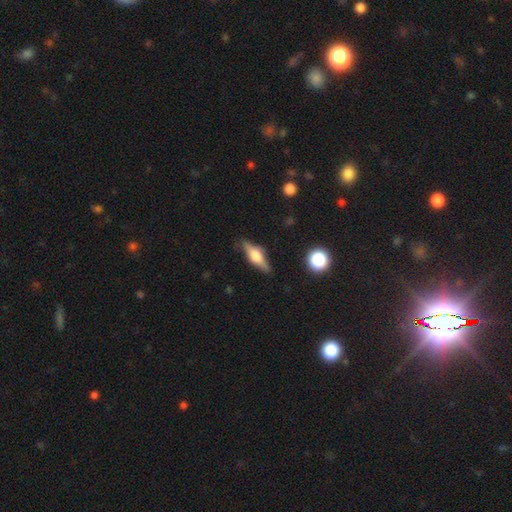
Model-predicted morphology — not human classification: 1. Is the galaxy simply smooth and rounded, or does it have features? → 63% featured or disk, 30% smooth, 7% star or artifact.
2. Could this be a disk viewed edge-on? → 95% yes, 5% no.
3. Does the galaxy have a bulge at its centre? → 89% rounded, 9% boxy, 2% none.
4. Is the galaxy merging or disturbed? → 84% none, 11% minor disturbance, 3% major disturbance, 2% merger.